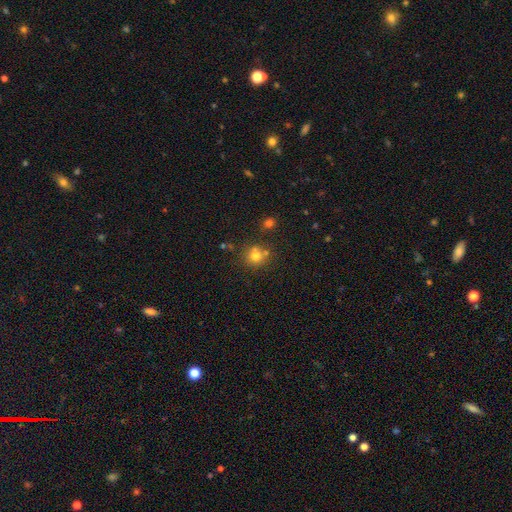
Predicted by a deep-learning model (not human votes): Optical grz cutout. It shows a smooth galaxy with no disk features (74%) that is round (87%). Merging: none (65%).